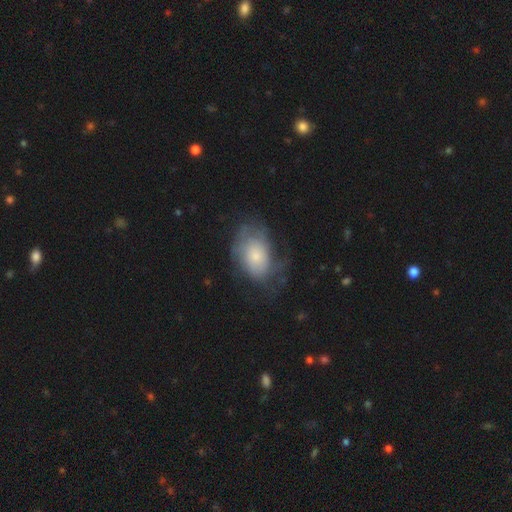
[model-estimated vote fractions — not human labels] smooth 50%, featured or disk 42%, star or artifact 8%. Down the decision tree: how rounded — in between (82%); merging — none (47%).